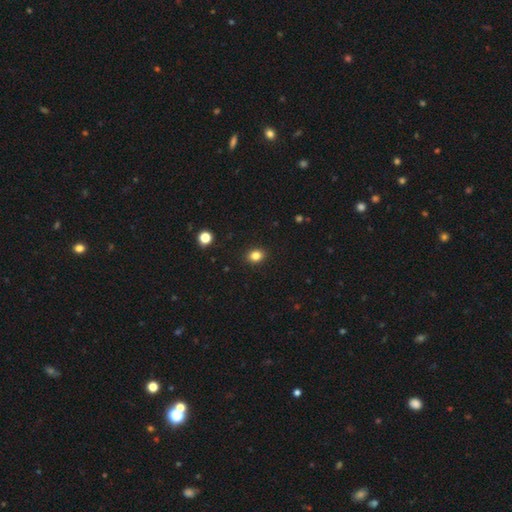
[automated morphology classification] Q: Smooth or featured?
A: smooth (83%); runner-up: star or artifact (12%)
Q: How rounded?
A: in between (51%); runner-up: round (49%)
Q: Merging?
A: none (90%); runner-up: minor disturbance (7%)